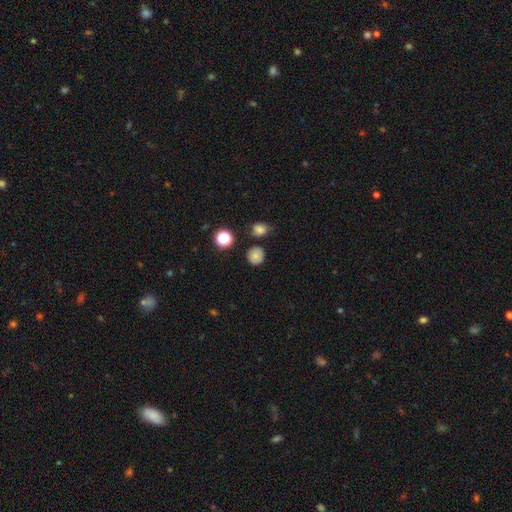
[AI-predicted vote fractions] This appears to be a smooth galaxy with no disk features (77%) that is round (90%). Merging: none (79%).